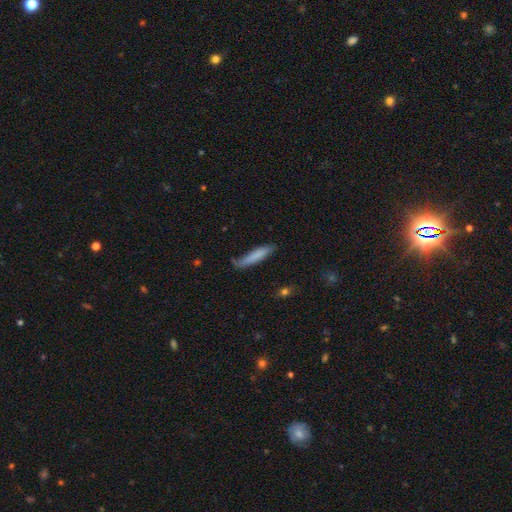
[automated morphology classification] Smooth or featured? smooth (76%)
How rounded? cigar-shaped (85%)
Merging? none (61%)